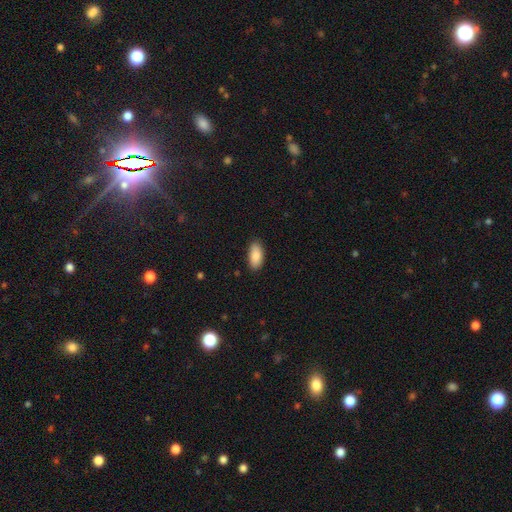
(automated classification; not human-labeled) Q: Smooth or featured?
A: smooth (88%); runner-up: star or artifact (6%)
Q: How rounded?
A: in between (91%); runner-up: cigar-shaped (7%)
Q: Merging?
A: none (87%); runner-up: minor disturbance (10%)